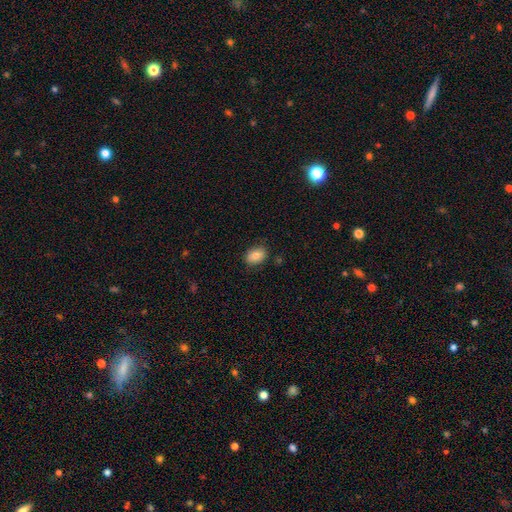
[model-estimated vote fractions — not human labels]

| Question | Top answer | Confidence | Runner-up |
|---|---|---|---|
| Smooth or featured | smooth | 84% | star or artifact (8%) |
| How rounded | in between | 75% | round (24%) |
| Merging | none | 85% | minor disturbance (12%) |